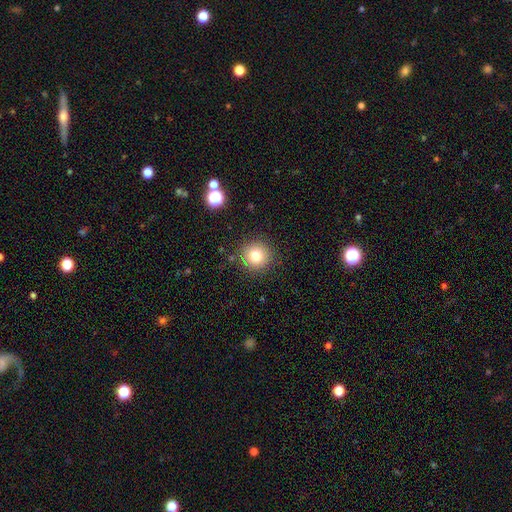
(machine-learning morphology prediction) smooth-or-featured: smooth: 77% | star or artifact: 14% | featured or disk: 10%
  how-rounded: round: 94% | in between: 5% | cigar-shaped: 1%
  merging: none: 87% | minor disturbance: 8% | major disturbance: 3% | merger: 2%